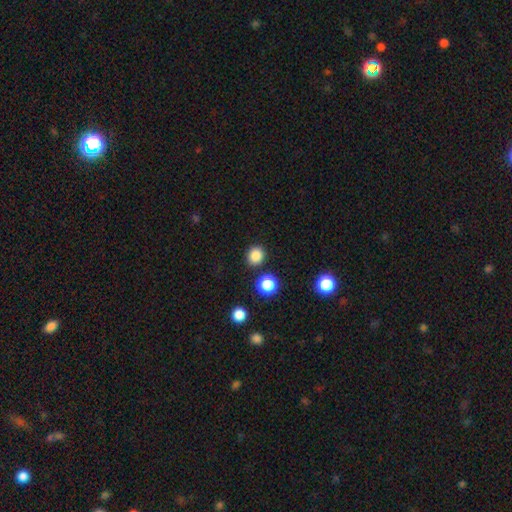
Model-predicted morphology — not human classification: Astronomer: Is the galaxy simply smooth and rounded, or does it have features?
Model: smooth — 85%.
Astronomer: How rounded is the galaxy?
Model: round — 85%.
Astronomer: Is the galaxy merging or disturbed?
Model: none — 88%.